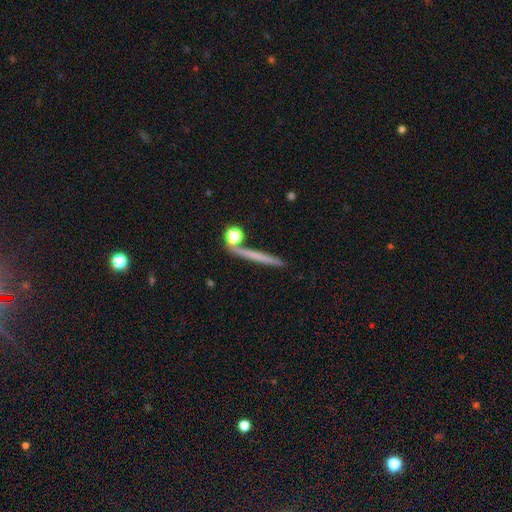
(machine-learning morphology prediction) Smooth or featured: smooth — 56% (featured or disk — 35%)
How rounded: cigar-shaped — 87% (round — 8%)
Merging: none — 81% (minor disturbance — 9%)